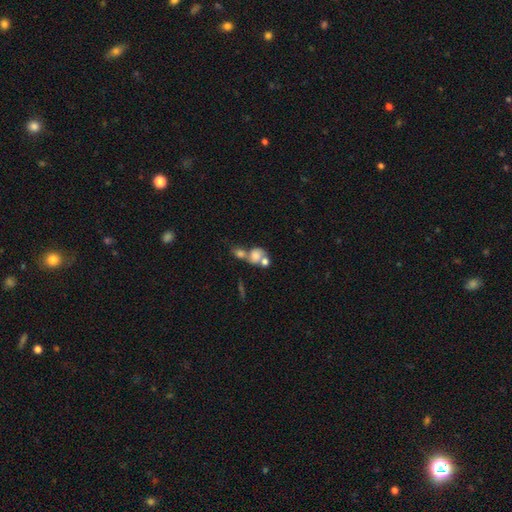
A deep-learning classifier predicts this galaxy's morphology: smooth_or_featured: smooth (p=0.62) [alt: featured or disk p=0.27]
how_rounded: round (p=0.49) [alt: in between p=0.48]
merging: merger (p=0.61) [alt: none p=0.20]